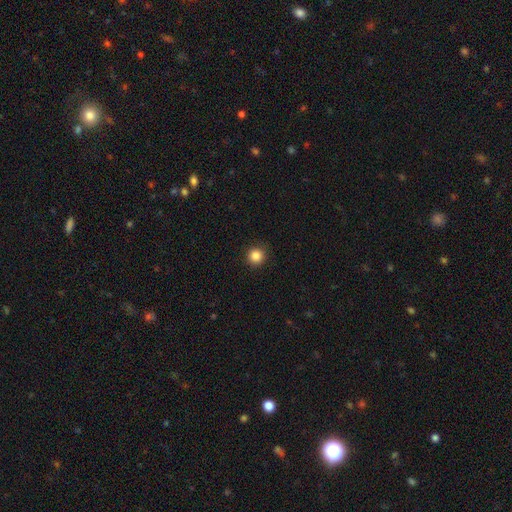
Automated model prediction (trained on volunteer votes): Morphology: type=smooth (86%); roundness=round (95%); merging=none (91%).